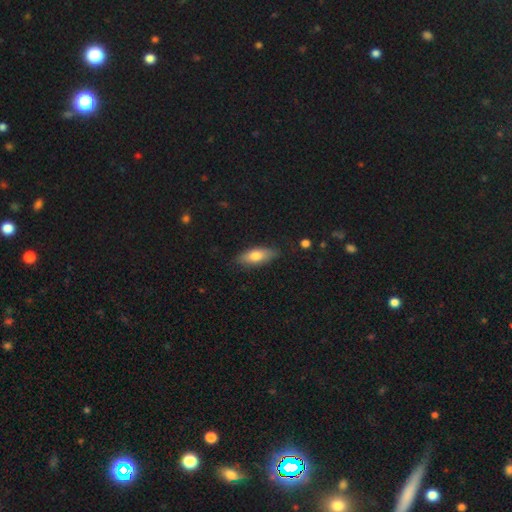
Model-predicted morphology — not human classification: Overall: smooth (72%). How rounded: in between (72%). Merging: none (82%).